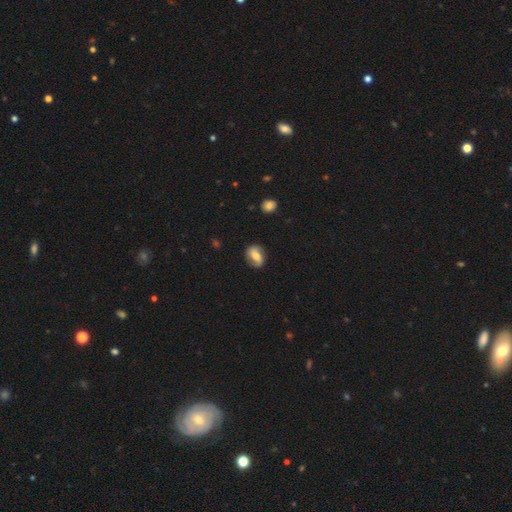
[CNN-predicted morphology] Q: Smooth or featured?
A: featured or disk (48%); runner-up: smooth (45%)
Q: Merging?
A: none (79%); runner-up: minor disturbance (15%)